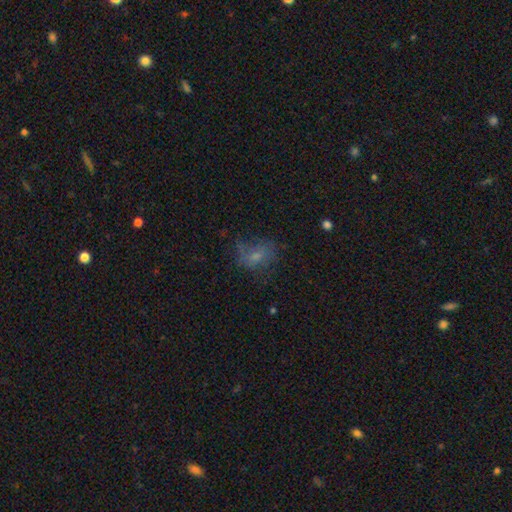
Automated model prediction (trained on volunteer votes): This appears to be a smooth galaxy with no disk features (54%) that is in between round and cigar-shaped (67%). Merging: none (46%).